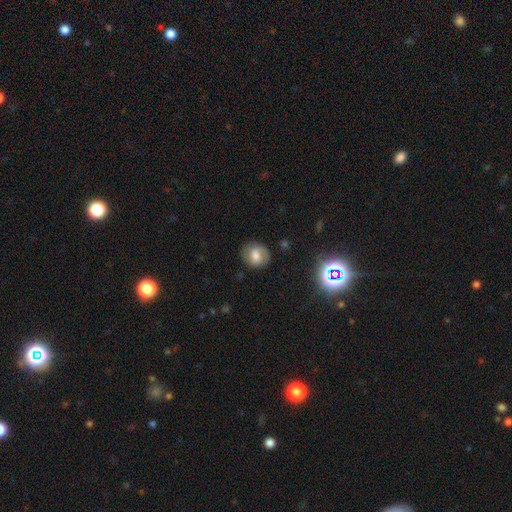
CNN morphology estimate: smooth_or_featured: smooth (p=0.60) [alt: featured or disk p=0.30]
how_rounded: round (p=0.70) [alt: in between p=0.29]
merging: none (p=0.79) [alt: minor disturbance p=0.15]